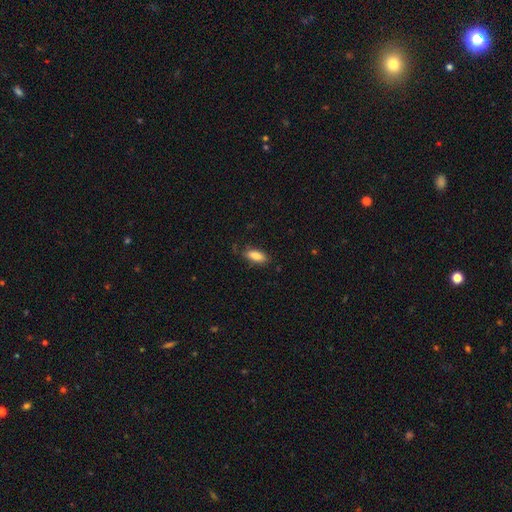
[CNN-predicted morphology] smooth-or-featured: smooth: 83% | featured or disk: 10% | star or artifact: 7%
  how-rounded: in between: 80% | cigar-shaped: 17% | round: 2%
  merging: none: 75% | minor disturbance: 19% | major disturbance: 4% | merger: 1%